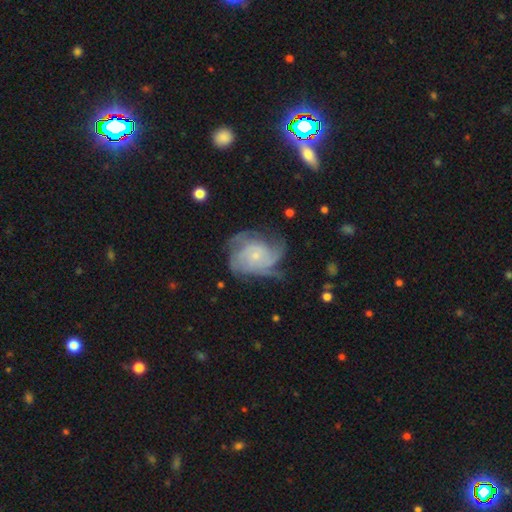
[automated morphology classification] Smooth or featured? featured or disk (79%)
Edge-on disk? no (98%)
Bar? no (77%)
Spiral arms? yes (92%)
Spiral winding? tight (45%)
Spiral arm count? 3 (29%)
Bulge size? small (79%)
Merging? none (52%)